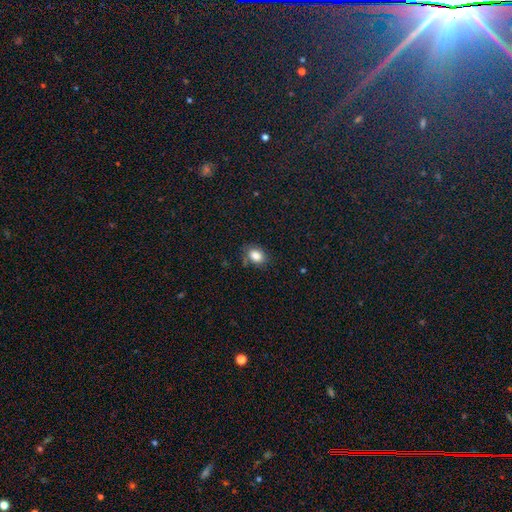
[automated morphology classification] smooth_or_featured: smooth (p=0.85) [alt: star or artifact p=0.10]
how_rounded: in between (p=0.76) [alt: round p=0.23]
merging: none (p=0.75) [alt: minor disturbance p=0.18]